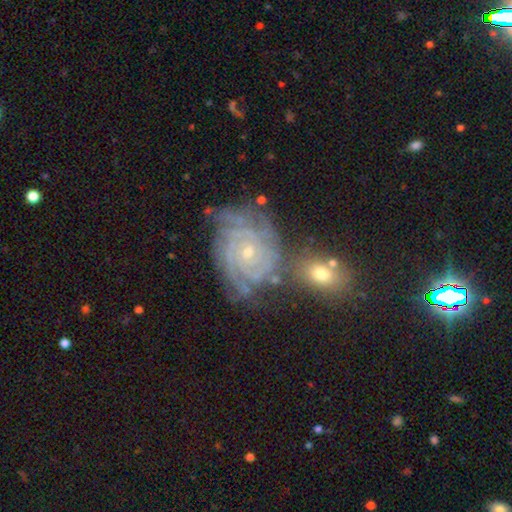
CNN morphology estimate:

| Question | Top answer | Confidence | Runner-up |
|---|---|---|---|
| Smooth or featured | featured or disk | 53% | star or artifact (31%) |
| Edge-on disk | no | 92% | yes (8%) |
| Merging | none | 64% | minor disturbance (16%) |